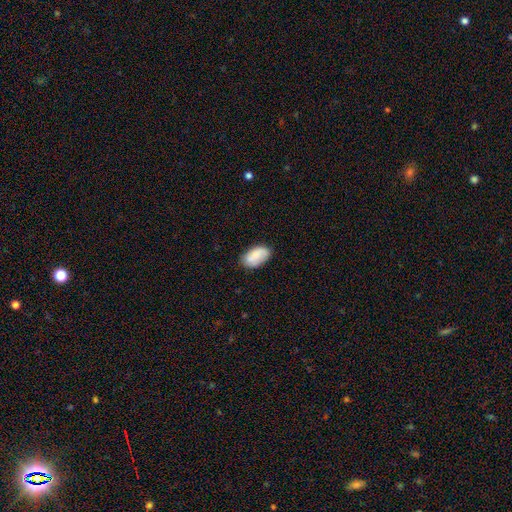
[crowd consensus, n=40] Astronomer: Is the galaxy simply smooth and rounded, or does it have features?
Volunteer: smooth — 78%.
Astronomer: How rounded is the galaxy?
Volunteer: in between — 97%.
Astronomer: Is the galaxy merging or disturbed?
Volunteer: none — 82%.